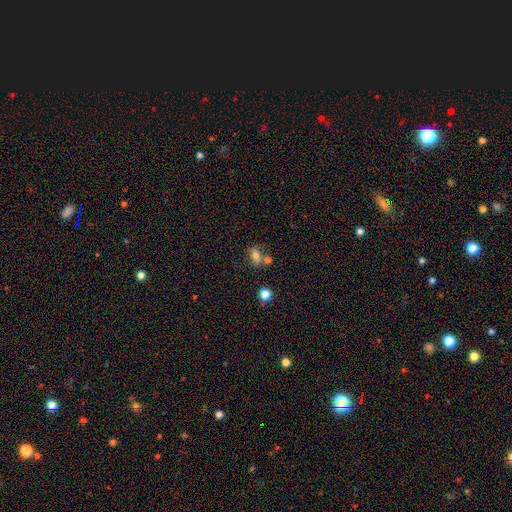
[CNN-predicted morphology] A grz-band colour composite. It shows a smooth galaxy with no disk features (70%) that is in between round and cigar-shaped (71%). Merging: none (57%).